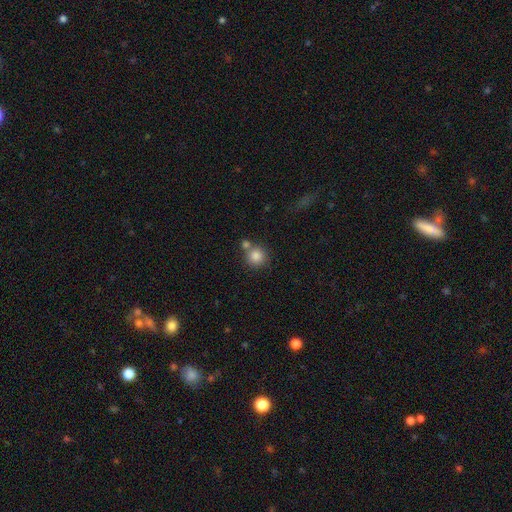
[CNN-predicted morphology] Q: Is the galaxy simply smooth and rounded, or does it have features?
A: smooth — 84%.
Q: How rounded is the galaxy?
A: round — 91%.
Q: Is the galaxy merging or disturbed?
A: none — 61%.